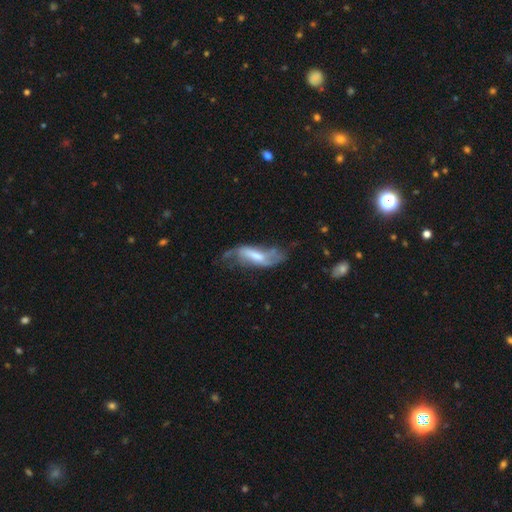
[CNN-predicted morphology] A featured or disk galaxy (58%).

Vote fractions:
- Smooth or featured? featured or disk: 58% / smooth: 35% / star or artifact: 7%
- Edge-on disk? no: 82% / yes: 18%
- Merging? none: 34% / major disturbance: 33% / minor disturbance: 28% / merger: 5%